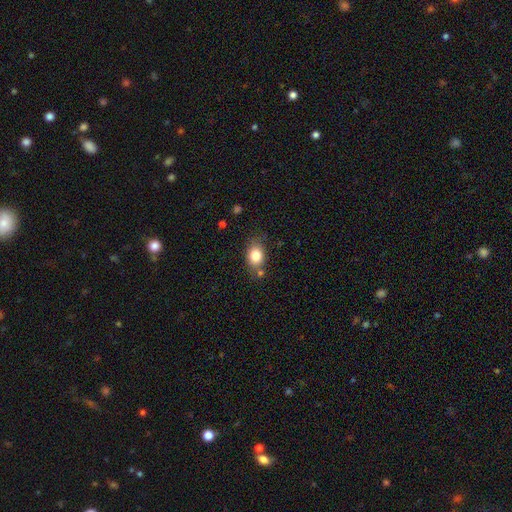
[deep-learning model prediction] Smooth or featured? smooth (81%)
How rounded? in between (67%)
Merging? none (71%)